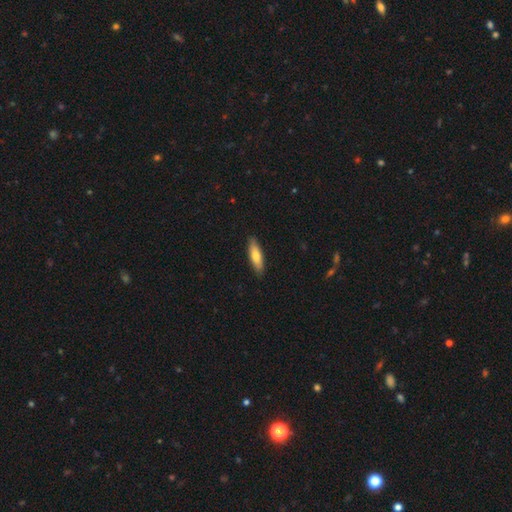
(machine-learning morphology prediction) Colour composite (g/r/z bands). It shows a smooth galaxy with no disk features (72%) that is cigar-shaped (58%). Merging: none (88%).